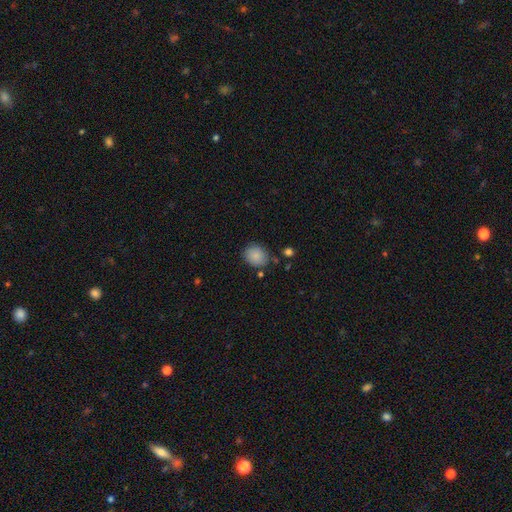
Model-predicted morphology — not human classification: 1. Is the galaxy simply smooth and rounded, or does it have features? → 88% smooth, 8% star or artifact, 4% featured or disk.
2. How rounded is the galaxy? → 65% round, 34% in between, 1% cigar-shaped.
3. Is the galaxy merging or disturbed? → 80% none, 14% minor disturbance, 3% major disturbance, 3% merger.